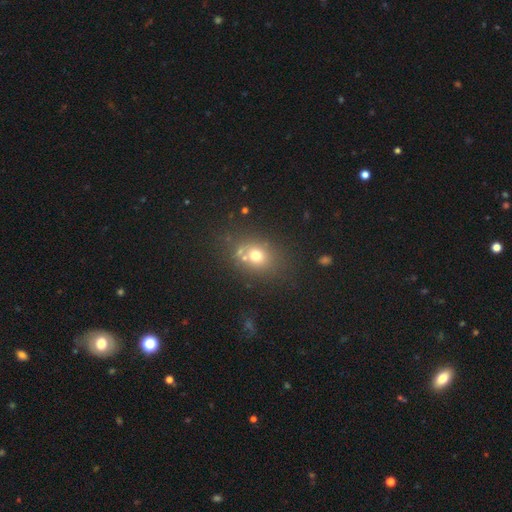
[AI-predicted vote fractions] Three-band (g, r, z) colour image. It shows a smooth galaxy with no disk features (68%) that is round (58%). Merging: none (64%).